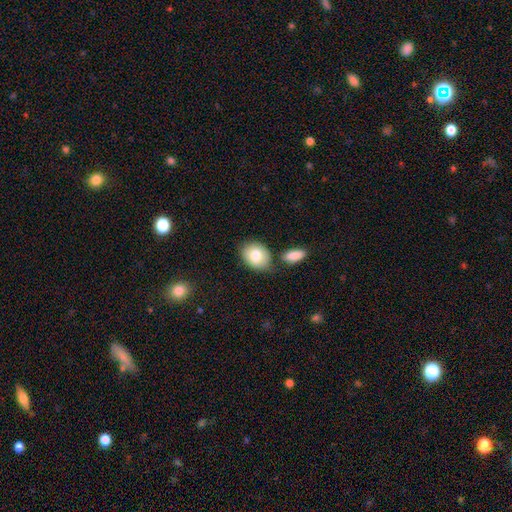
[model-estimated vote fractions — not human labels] smooth 79%, featured or disk 14%, star or artifact 7%. Down the decision tree: how rounded — in between (65%); merging — none (68%).